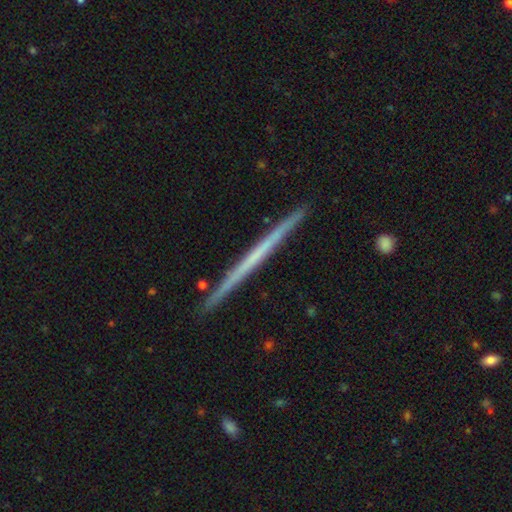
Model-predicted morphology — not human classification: Smooth or featured? Predicted: featured or disk (p=0.62). Edge-on disk? Predicted: yes (p=0.98). Edge-on bulge? Predicted: none (p=0.92). Merging? Predicted: none (p=0.92).